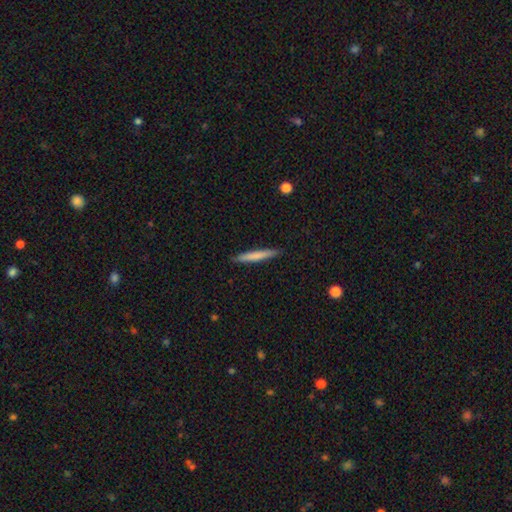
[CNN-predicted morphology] A smooth galaxy with no disk features (72%) that is cigar-shaped (96%). Merging: none (90%).